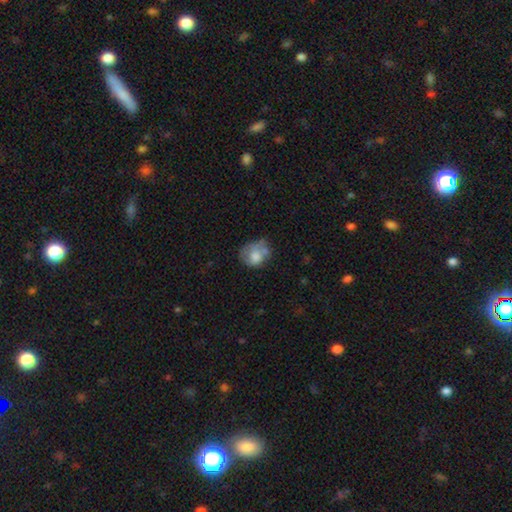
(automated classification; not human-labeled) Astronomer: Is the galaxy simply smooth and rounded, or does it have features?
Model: smooth — 64%.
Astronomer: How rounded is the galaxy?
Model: round — 50% (runner-up: in between, 49%).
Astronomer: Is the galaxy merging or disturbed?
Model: none — 38% (runner-up: minor disturbance, 32%).